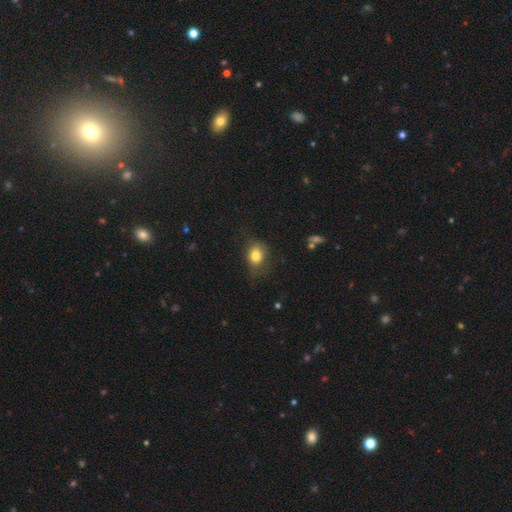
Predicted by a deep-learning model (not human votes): A smooth galaxy with no disk features (79%) that is in between round and cigar-shaped (52%). Merging: none (61%).